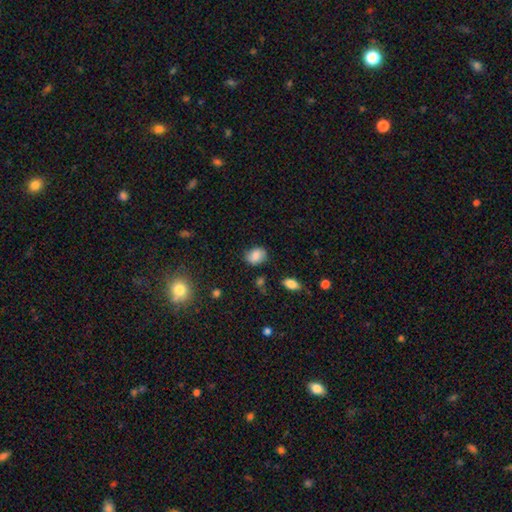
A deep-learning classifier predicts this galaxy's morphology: smooth 82%, star or artifact 9%, featured or disk 8%. Down the decision tree: how rounded — in between (61%); merging — none (77%).